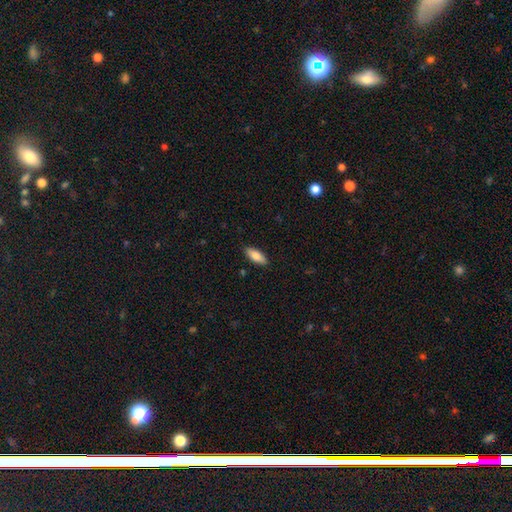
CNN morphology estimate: This is likely a smooth galaxy (78%). How rounded: likely in between (73%). Merging: clearly none (88%).